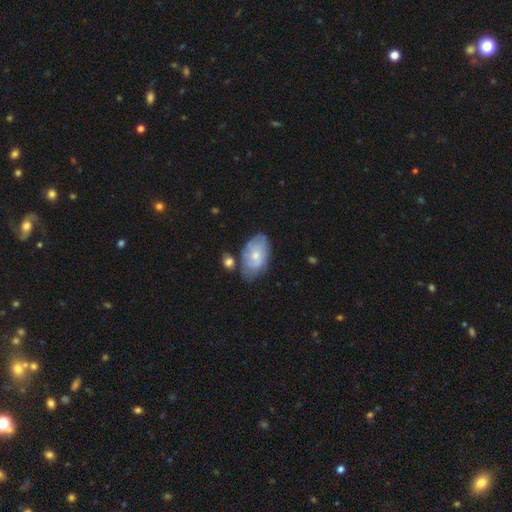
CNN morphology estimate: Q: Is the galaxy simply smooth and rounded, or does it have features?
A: featured or disk — 48%.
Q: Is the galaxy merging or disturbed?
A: none — 54%.